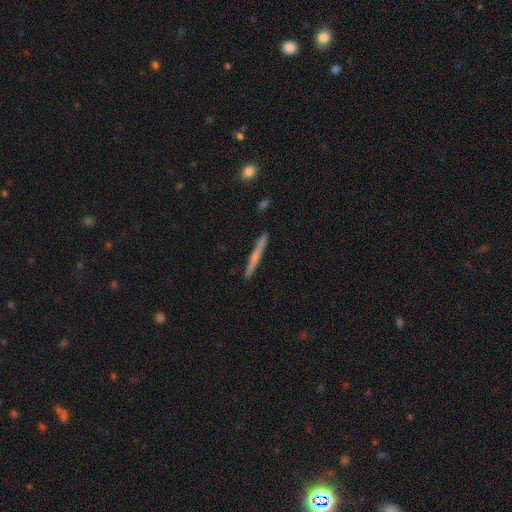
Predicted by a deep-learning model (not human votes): smooth-or-featured: featured or disk: 51% | smooth: 43% | star or artifact: 6%
  disk-edge-on: yes: 97% | no: 3%
  merging: none: 91% | minor disturbance: 6% | major disturbance: 1% | merger: 1%